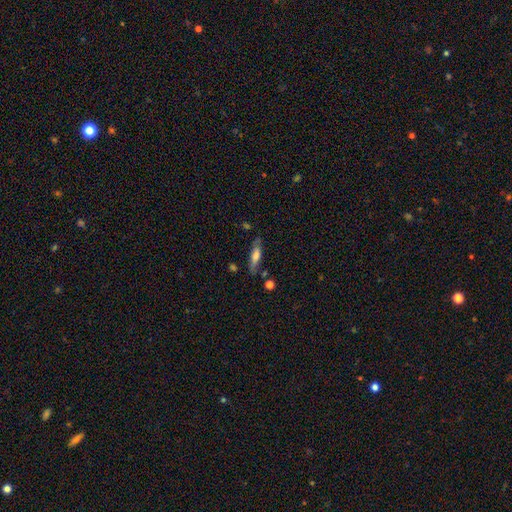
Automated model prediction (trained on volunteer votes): Smooth or featured?
  - smooth: 58% *
  - featured or disk: 35%
  - star or artifact: 7%
How rounded?
  - cigar-shaped: 67% *
  - in between: 31%
  - round: 2%
Merging?
  - none: 75% *
  - minor disturbance: 17%
  - major disturbance: 4%
  - merger: 4%